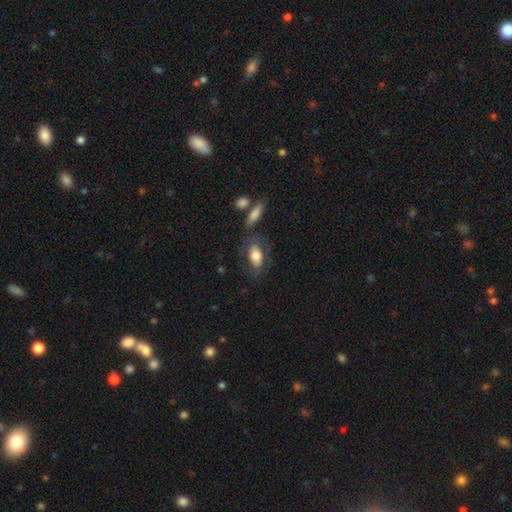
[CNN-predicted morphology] This appears to be a smooth galaxy with no disk features (67%) that is in between round and cigar-shaped (88%). Merging: none (60%).